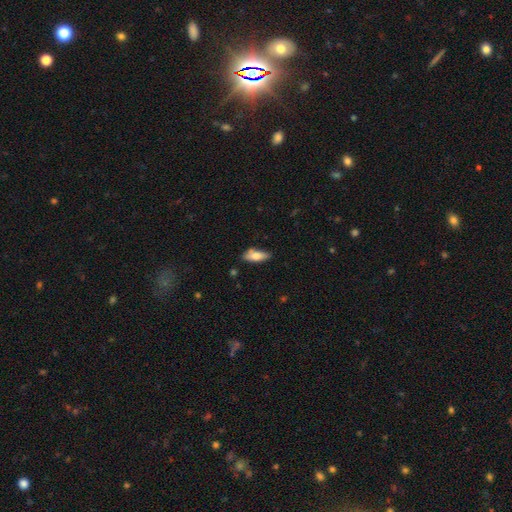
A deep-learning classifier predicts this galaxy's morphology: A smooth galaxy with no disk features (74%) that is in between round and cigar-shaped (73%). Merging: none (73%).